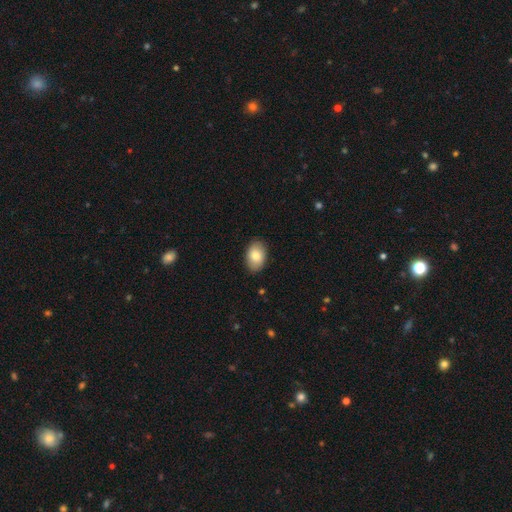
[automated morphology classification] This is clearly a smooth galaxy (83%). How rounded: clearly in between (88%). Merging: clearly none (88%).